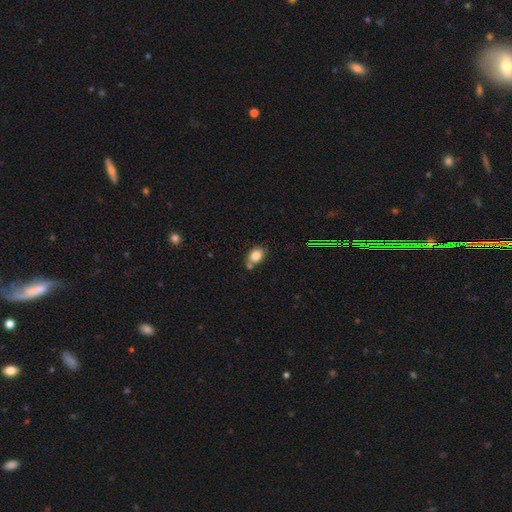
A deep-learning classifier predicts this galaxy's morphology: This is clearly a smooth galaxy (81%). How rounded: likely in between (62%). Merging: possibly none (57%).